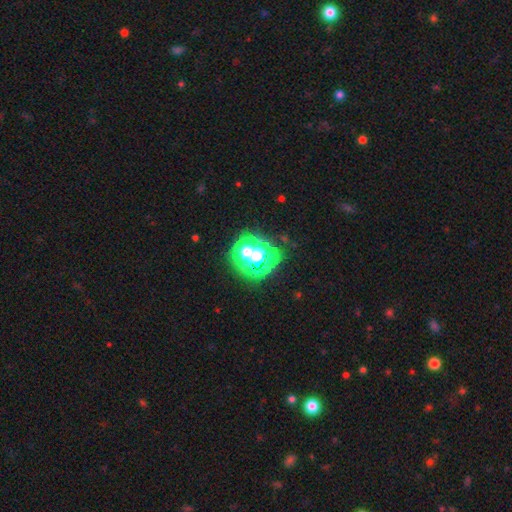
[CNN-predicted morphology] A smooth galaxy with no disk features (35%).

Vote fractions:
- Smooth or featured? smooth: 35% / featured or disk: 33% / star or artifact: 32%
- Merging? none: 53% / minor disturbance: 17% / merger: 16% / major disturbance: 14%